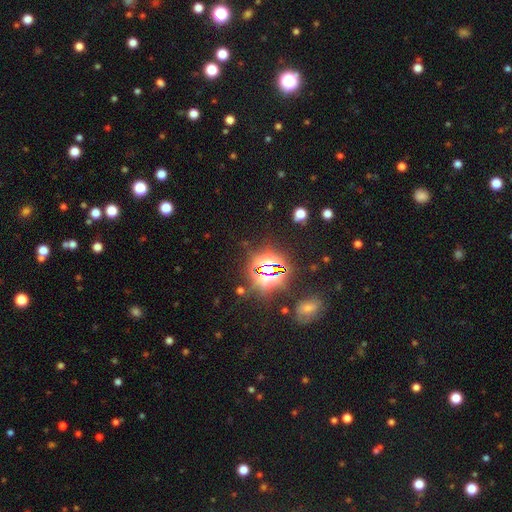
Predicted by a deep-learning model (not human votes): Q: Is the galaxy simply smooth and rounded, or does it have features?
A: star or artifact — 74%.